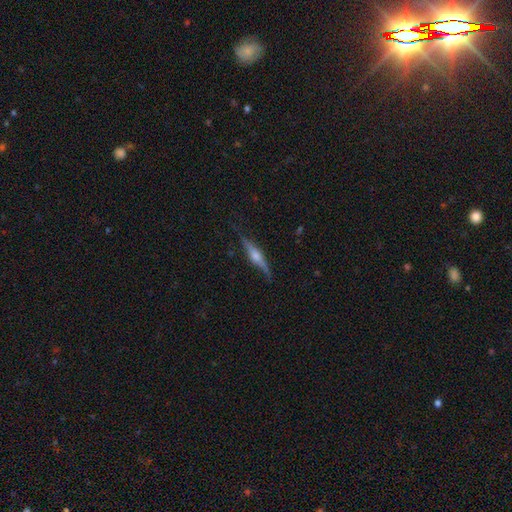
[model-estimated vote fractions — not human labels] The model was most divided on "smooth or featured": featured or disk: 71%, smooth: 23%, star or artifact: 6%. More confident: edge-on disk — yes (95%); edge-on bulge — rounded (84%); merging — none (77%).